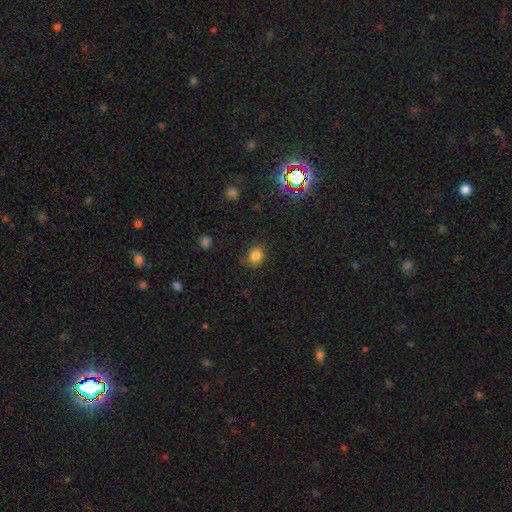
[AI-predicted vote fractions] Smooth or featured: smooth — 83% (star or artifact — 13%)
How rounded: round — 57% (in between — 42%)
Merging: none — 83% (minor disturbance — 11%)